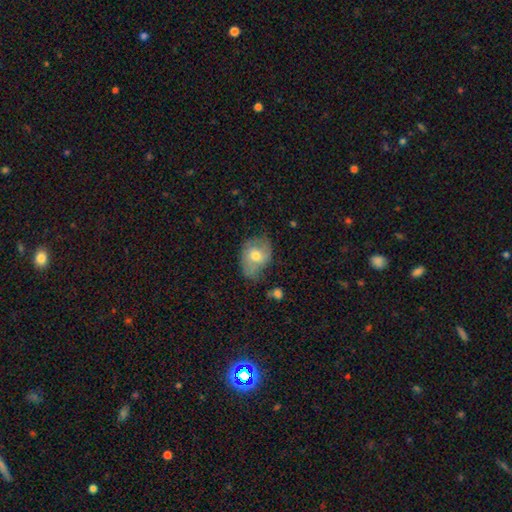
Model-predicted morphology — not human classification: A smooth galaxy with no disk features (57%) that is in between round and cigar-shaped (64%).

Vote fractions:
- Smooth or featured? smooth: 57% / featured or disk: 35% / star or artifact: 7%
- How rounded? in between: 64% / round: 35% / cigar-shaped: 1%
- Merging? none: 49% / minor disturbance: 34% / major disturbance: 13% / merger: 3%